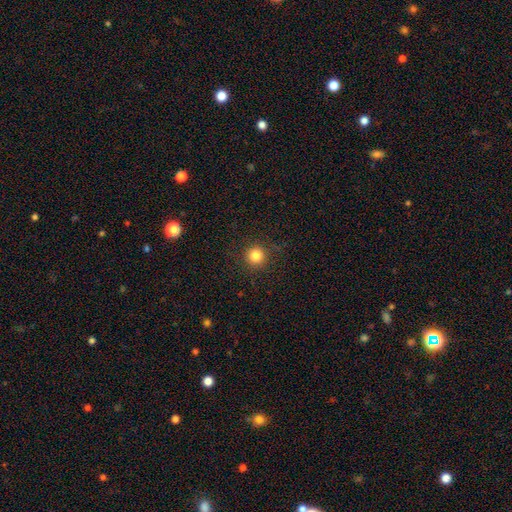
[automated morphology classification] This appears to be a smooth galaxy with no disk features (82%) that is round (95%). Merging: none (90%).